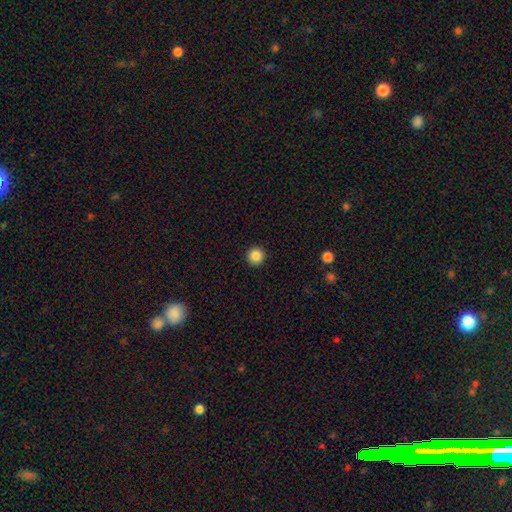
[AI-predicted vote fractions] Smooth or featured? smooth (86%)
How rounded? round (95%)
Merging? none (93%)